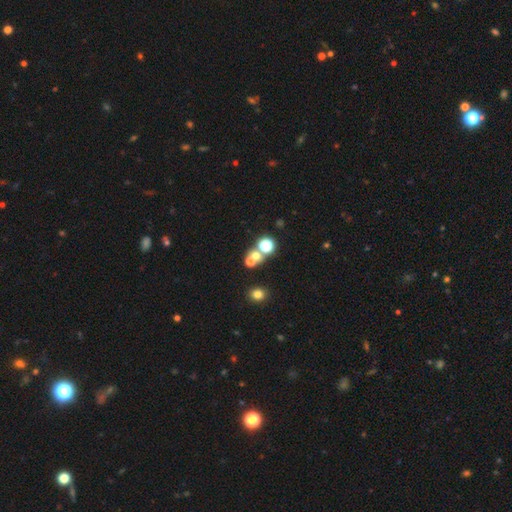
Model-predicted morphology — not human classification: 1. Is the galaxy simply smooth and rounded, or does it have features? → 53% smooth, 31% star or artifact, 15% featured or disk.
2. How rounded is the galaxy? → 77% round, 22% in between, 2% cigar-shaped.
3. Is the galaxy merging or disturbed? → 49% none, 39% merger, 7% minor disturbance, 5% major disturbance.